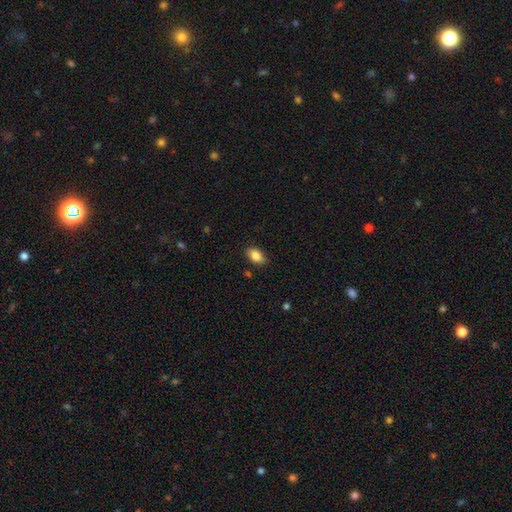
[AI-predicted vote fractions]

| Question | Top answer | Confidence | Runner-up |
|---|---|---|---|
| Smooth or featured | smooth | 87% | star or artifact (8%) |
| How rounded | in between | 90% | round (7%) |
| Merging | none | 85% | minor disturbance (11%) |